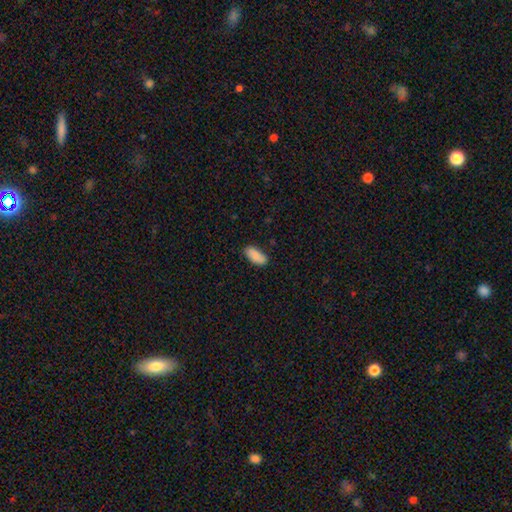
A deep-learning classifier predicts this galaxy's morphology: This appears to be a smooth galaxy with no disk features (87%) that is in between round and cigar-shaped (89%). Merging: none (83%).